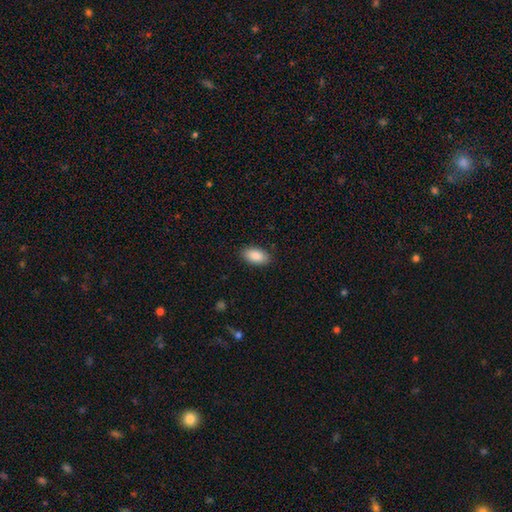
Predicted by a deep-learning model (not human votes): smooth 89%, star or artifact 7%, featured or disk 4%. Down the decision tree: how rounded — in between (94%); merging — none (88%).